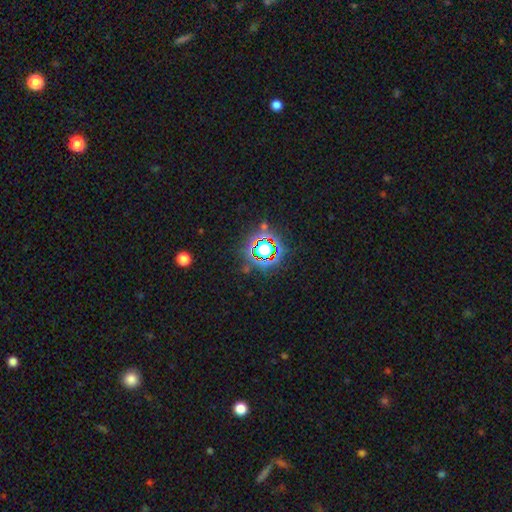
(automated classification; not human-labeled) This appears to be a star or artifact, not a galaxy (79%).